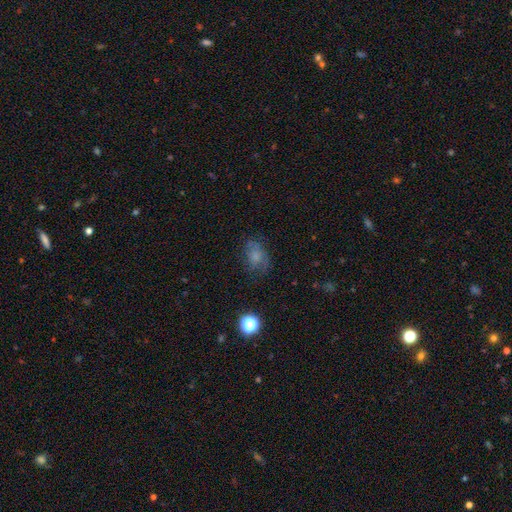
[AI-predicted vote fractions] smooth_or_featured: smooth (p=0.65) [alt: featured or disk p=0.18]
how_rounded: in between (p=0.63) [alt: round p=0.35]
merging: none (p=0.63) [alt: minor disturbance p=0.23]